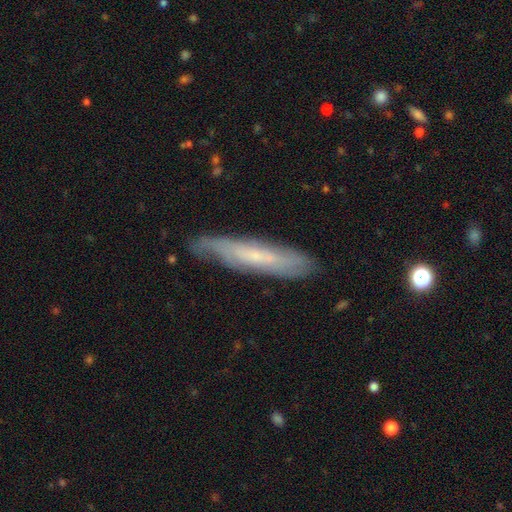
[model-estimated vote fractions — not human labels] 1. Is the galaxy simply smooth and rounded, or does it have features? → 58% featured or disk, 35% smooth, 7% star or artifact.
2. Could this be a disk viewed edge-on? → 54% yes, 46% no.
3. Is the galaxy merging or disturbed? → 76% none, 18% minor disturbance, 4% major disturbance, 2% merger.